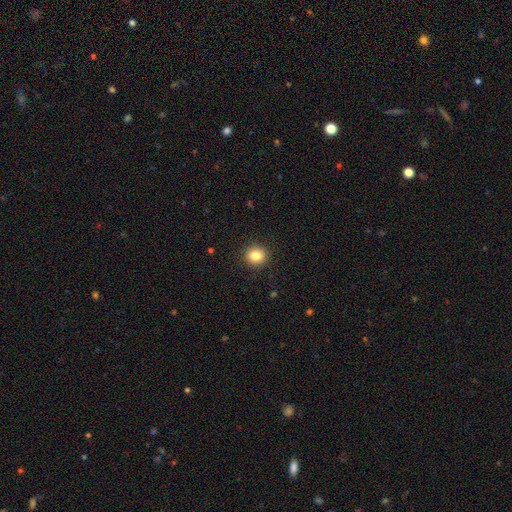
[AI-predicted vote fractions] Smooth or featured? Predicted: smooth (p=0.83). How rounded? Predicted: round (p=0.89). Merging? Predicted: none (p=0.92).